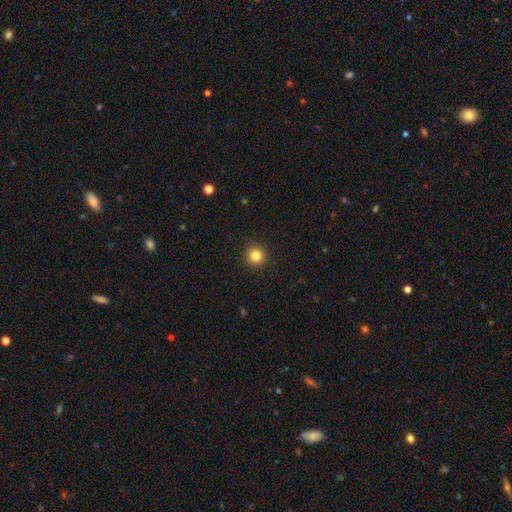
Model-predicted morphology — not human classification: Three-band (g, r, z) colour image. It shows a smooth galaxy with no disk features (84%) that is round (95%). Merging: none (92%).